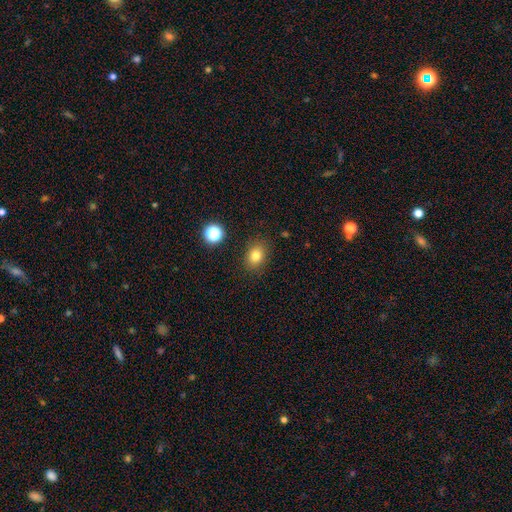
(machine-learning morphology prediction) smooth-or-featured: smooth: 80% | star or artifact: 13% | featured or disk: 8%
  how-rounded: in between: 59% | round: 40% | cigar-shaped: 1%
  merging: none: 86% | minor disturbance: 9% | major disturbance: 3% | merger: 2%